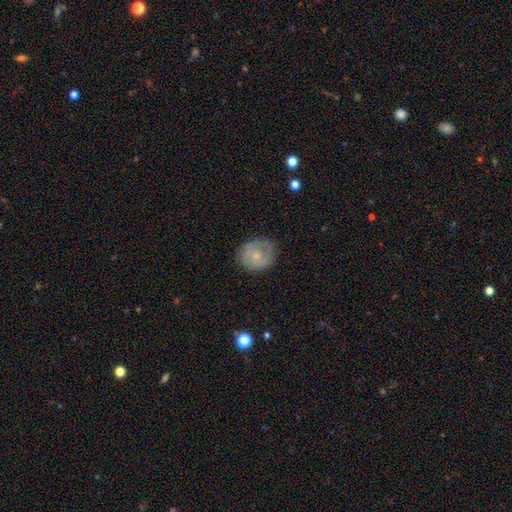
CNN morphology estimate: This is likely a featured or disk galaxy (69%). It is clearly not viewed edge-on (98%). Bar: likely no (71%). Spiral arm pattern: clearly yes (89%). Spiral arm count: possibly 2 (57%). Spiral winding: possibly tight (56%). Central bulge: likely small (69%). Merging: likely none (77%).